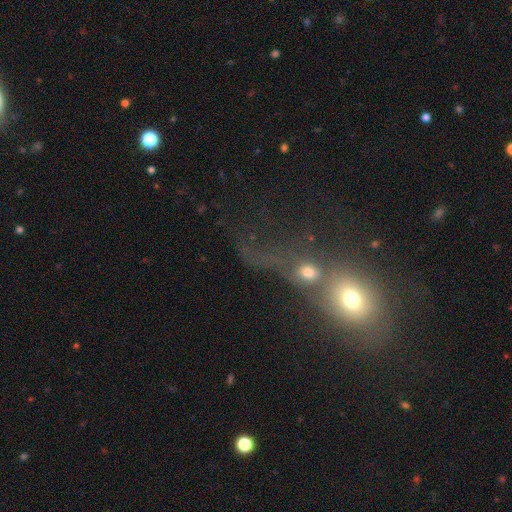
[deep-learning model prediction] smooth-or-featured: smooth: 48% | star or artifact: 27% | featured or disk: 25%
  merging: merger: 58% | major disturbance: 18% | none: 17% | minor disturbance: 7%